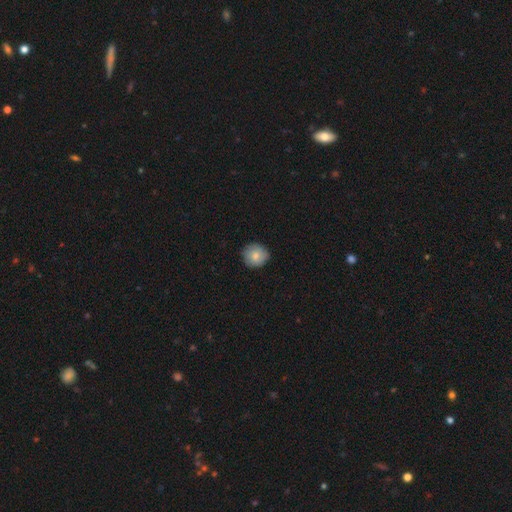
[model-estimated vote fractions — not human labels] Smooth or featured?
  - smooth: 80% *
  - featured or disk: 12%
  - star or artifact: 8%
How rounded?
  - round: 90% *
  - in between: 9%
  - cigar-shaped: 1%
Merging?
  - none: 85% *
  - minor disturbance: 12%
  - major disturbance: 2%
  - merger: 1%